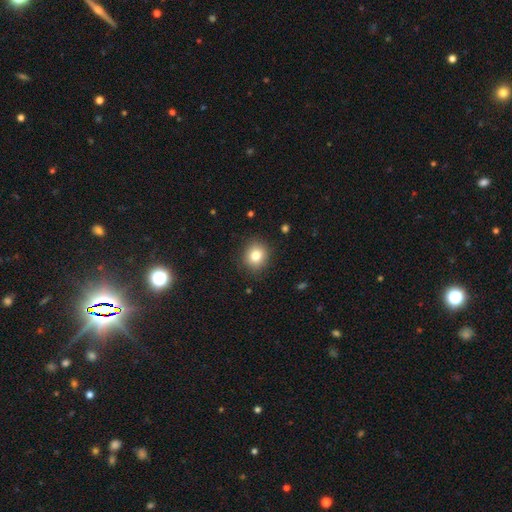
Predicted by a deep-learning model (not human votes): Smooth or featured? smooth (81%)
How rounded? round (79%)
Merging? none (88%)